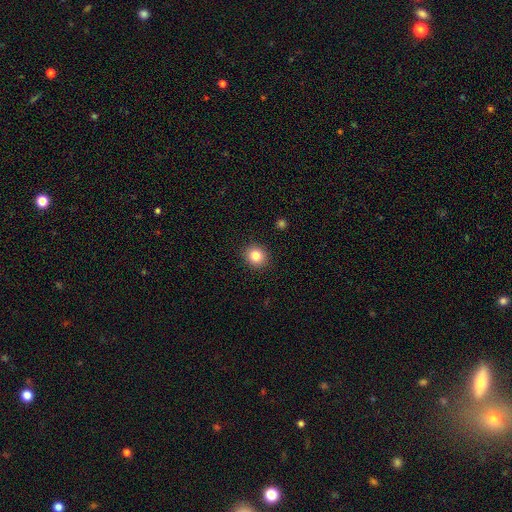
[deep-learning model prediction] Morphology: type=smooth (83%); roundness=round (84%); merging=none (92%).